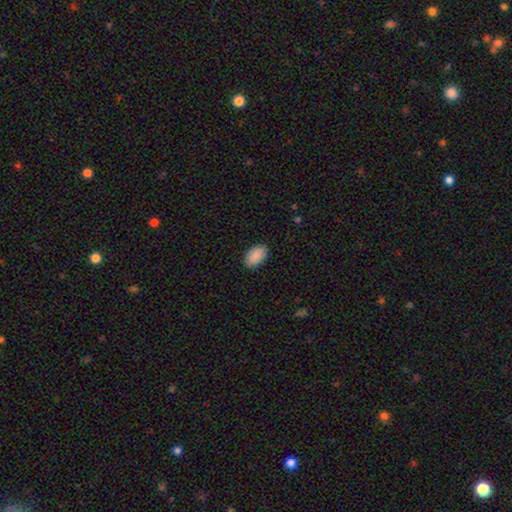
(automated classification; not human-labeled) Smooth or featured: smooth — 91% (star or artifact — 6%)
How rounded: in between — 95% (round — 4%)
Merging: none — 89% (minor disturbance — 8%)